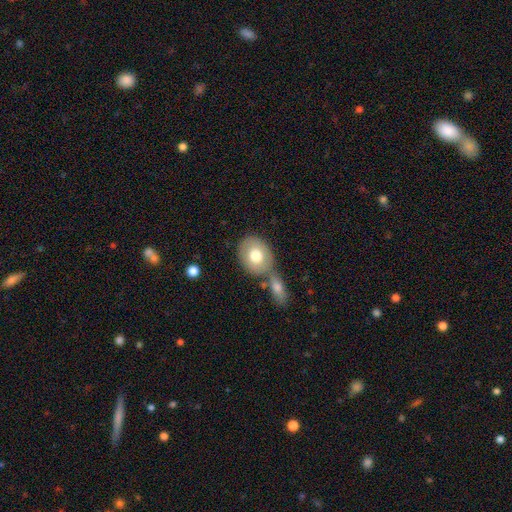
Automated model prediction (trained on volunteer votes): A smooth galaxy with no disk features (73%) that is in between round and cigar-shaped (58%). Merging: none (51%).